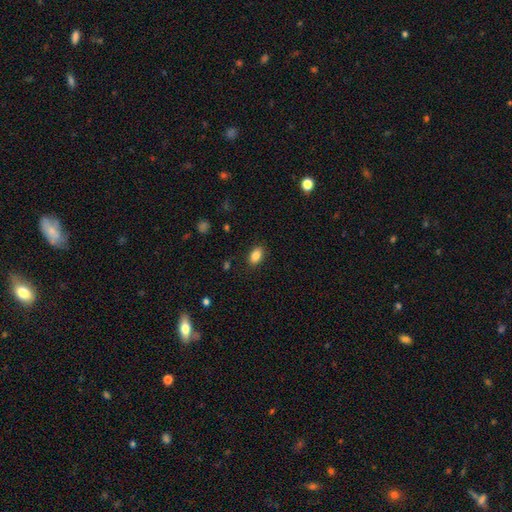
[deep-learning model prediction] Smooth or featured?
  - smooth: 86% *
  - star or artifact: 9%
  - featured or disk: 5%
How rounded?
  - in between: 89% *
  - round: 9%
  - cigar-shaped: 2%
Merging?
  - none: 87% *
  - minor disturbance: 9%
  - major disturbance: 3%
  - merger: 1%